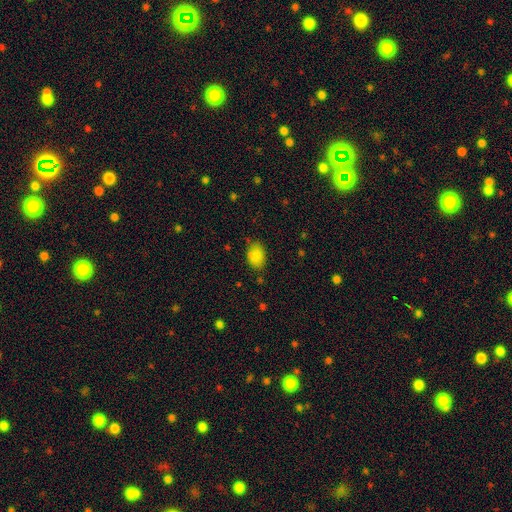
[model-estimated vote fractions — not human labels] smooth 86%, star or artifact 9%, featured or disk 5%. Down the decision tree: how rounded — in between (79%); merging — none (74%).